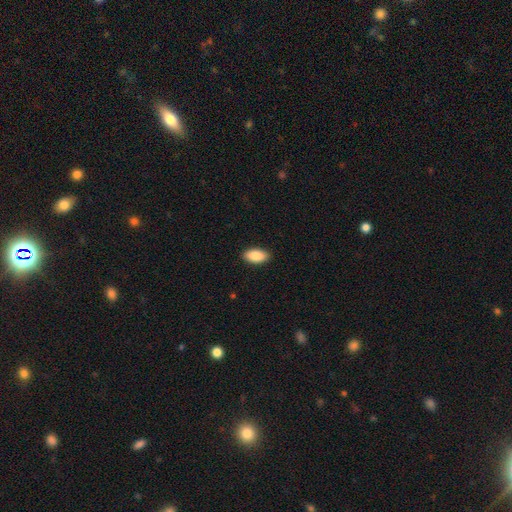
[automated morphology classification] A smooth galaxy with no disk features (89%) that is in between round and cigar-shaped (93%). Merging: none (90%).